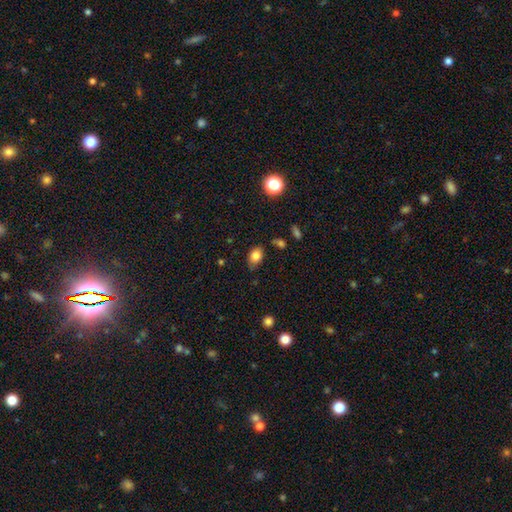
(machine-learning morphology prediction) Smooth or featured? smooth (83%)
How rounded? in between (77%)
Merging? none (69%)